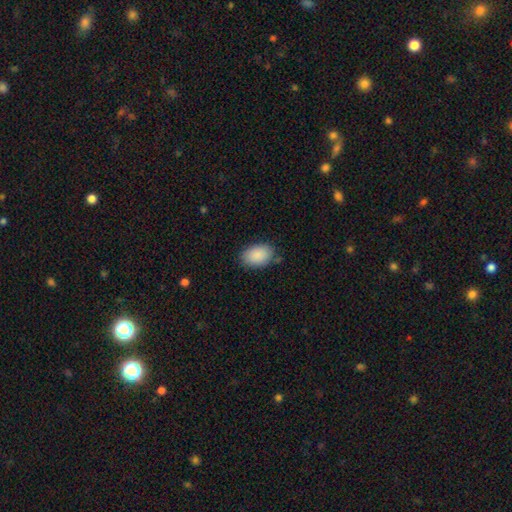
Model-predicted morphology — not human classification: Smooth or featured: smooth — 89% (star or artifact — 6%)
How rounded: in between — 89% (round — 10%)
Merging: none — 80% (minor disturbance — 15%)